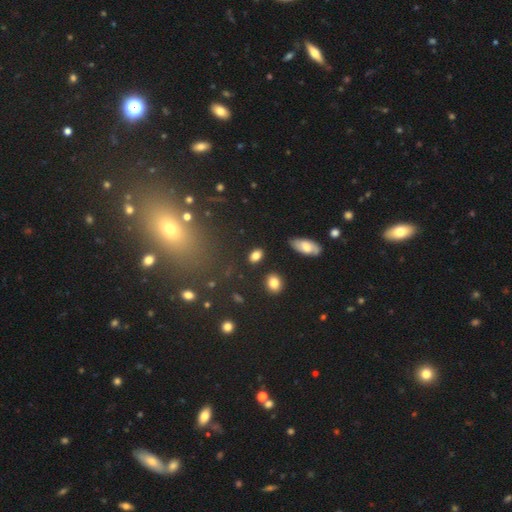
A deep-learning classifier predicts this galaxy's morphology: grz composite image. It shows a smooth galaxy with no disk features (82%) that is in between round and cigar-shaped (81%). Merging: none (82%).